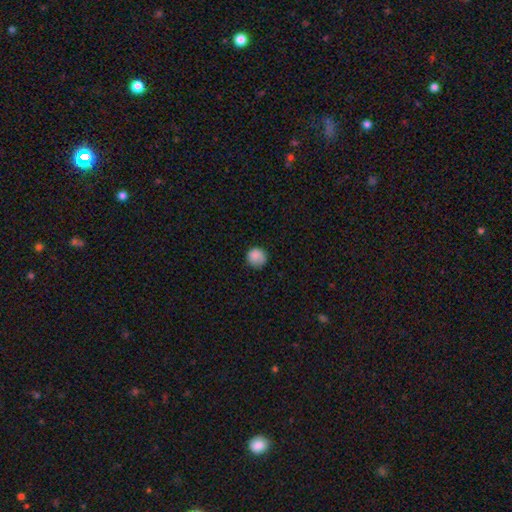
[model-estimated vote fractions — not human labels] smooth_or_featured: smooth (p=0.86) [alt: star or artifact p=0.09]
how_rounded: round (p=0.91) [alt: in between p=0.08]
merging: none (p=0.79) [alt: minor disturbance p=0.16]